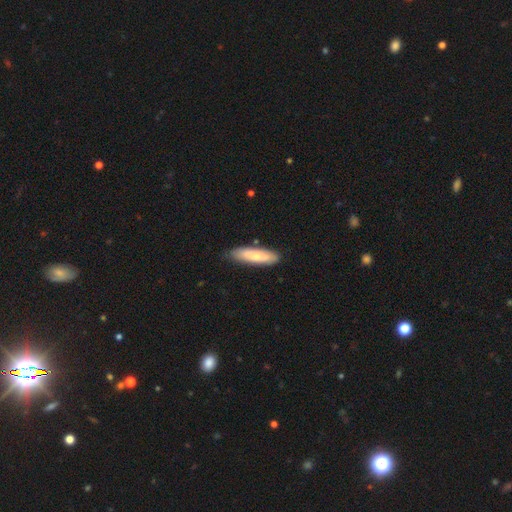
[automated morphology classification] Smooth or featured?
  - smooth: 73% *
  - featured or disk: 21%
  - star or artifact: 6%
How rounded?
  - cigar-shaped: 63% *
  - in between: 35%
  - round: 1%
Merging?
  - none: 80% *
  - minor disturbance: 15%
  - major disturbance: 2%
  - merger: 2%